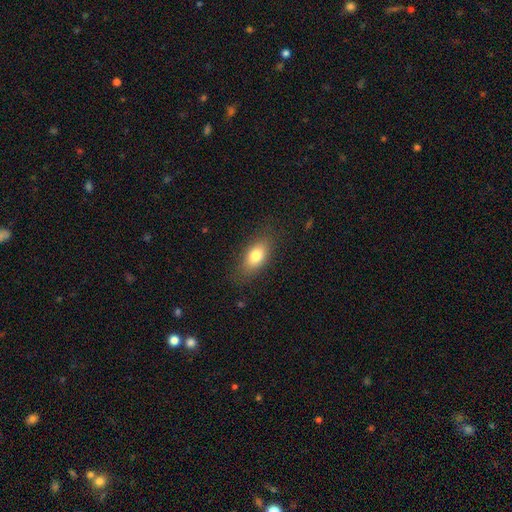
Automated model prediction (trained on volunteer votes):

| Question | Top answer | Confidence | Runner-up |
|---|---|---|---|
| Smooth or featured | smooth | 78% | featured or disk (14%) |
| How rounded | in between | 85% | cigar-shaped (8%) |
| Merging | none | 81% | minor disturbance (13%) |